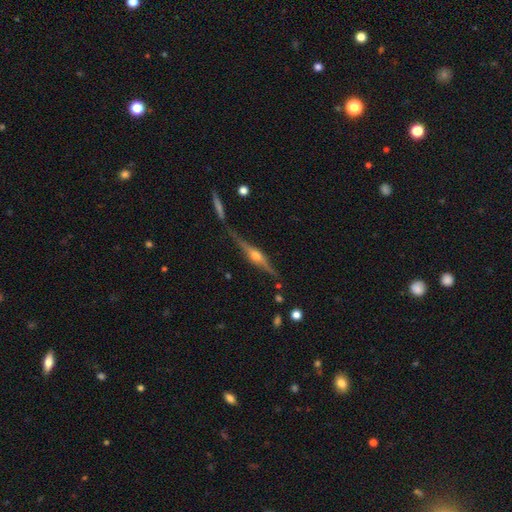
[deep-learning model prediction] Overall: featured or disk (82%). Edge-on disk: yes (97%). Edge-on bulge: rounded (92%). Merging: none (76%).